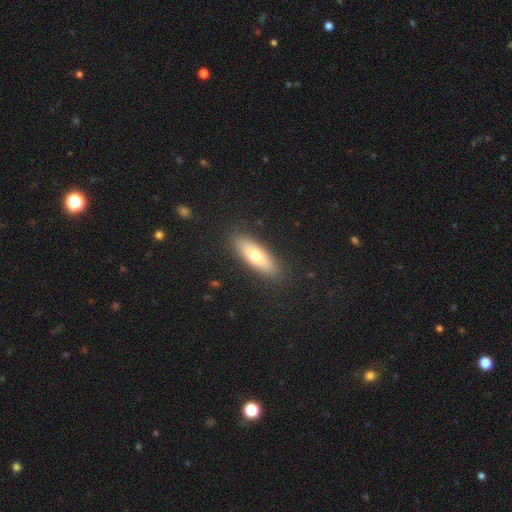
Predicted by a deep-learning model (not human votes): Smooth or featured?
  - smooth: 66% *
  - featured or disk: 28%
  - star or artifact: 6%
How rounded?
  - in between: 57% *
  - cigar-shaped: 40%
  - round: 3%
Merging?
  - none: 88% *
  - minor disturbance: 8%
  - major disturbance: 2%
  - merger: 1%